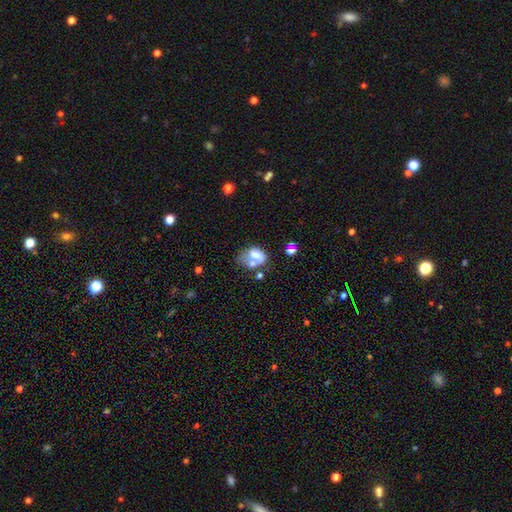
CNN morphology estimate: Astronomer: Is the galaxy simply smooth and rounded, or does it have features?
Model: smooth — 51% (runner-up: featured or disk, 38%).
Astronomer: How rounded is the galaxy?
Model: in between — 72%.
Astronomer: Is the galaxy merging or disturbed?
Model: merger — 37% (runner-up: major disturbance, 23%).